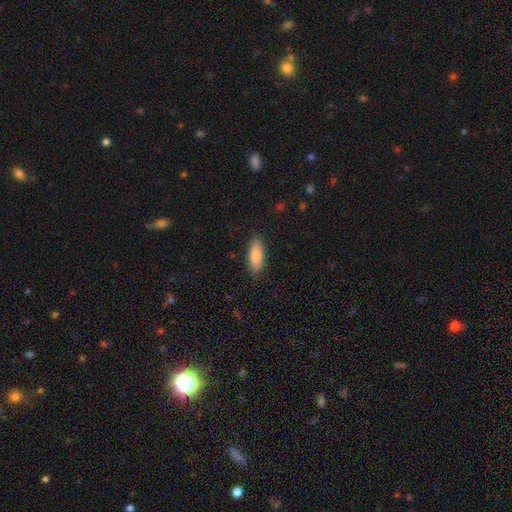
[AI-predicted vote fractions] Smooth or featured? smooth (80%)
How rounded? in between (63%)
Merging? none (87%)